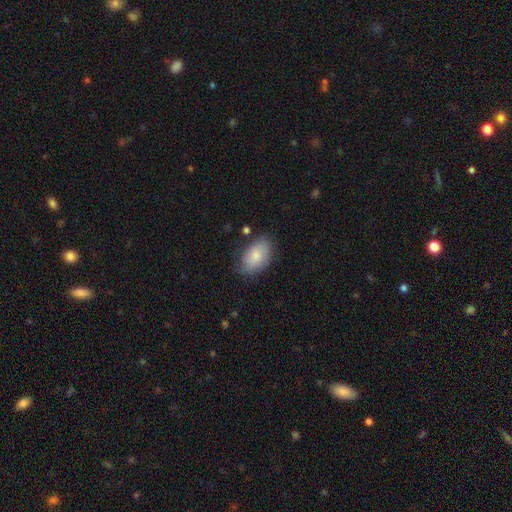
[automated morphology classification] Q: Smooth or featured?
A: smooth (77%); runner-up: featured or disk (17%)
Q: How rounded?
A: in between (92%); runner-up: round (7%)
Q: Merging?
A: none (67%); runner-up: minor disturbance (25%)